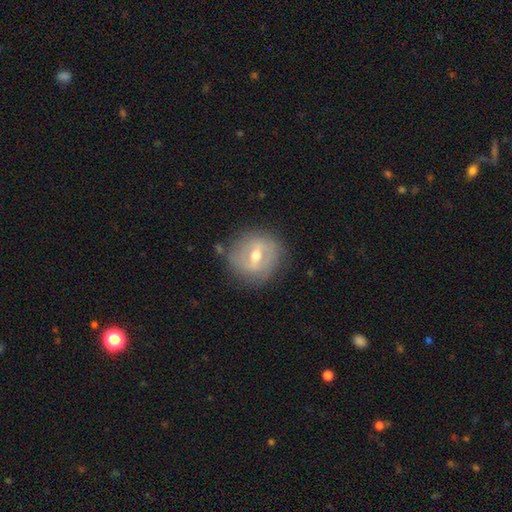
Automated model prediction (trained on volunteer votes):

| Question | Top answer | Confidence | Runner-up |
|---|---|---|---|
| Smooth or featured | featured or disk | 66% | smooth (27%) |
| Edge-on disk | no | 93% | yes (7%) |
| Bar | weak | 48% | strong (38%) |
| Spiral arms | yes | 51% | no (49%) |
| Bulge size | moderate | 75% | small (19%) |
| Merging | none | 79% | minor disturbance (14%) |